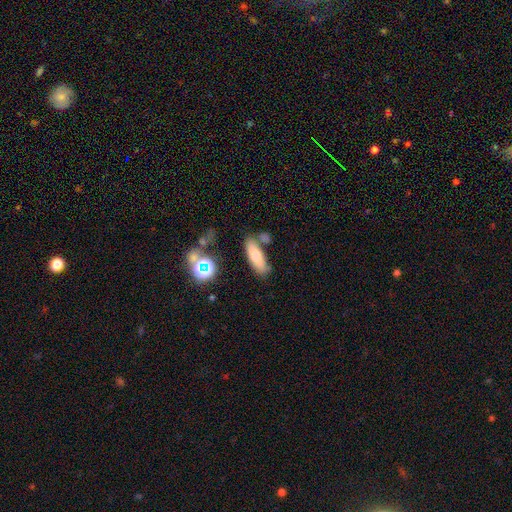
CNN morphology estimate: type=smooth (68%); roundness=in between (58%); merging=none (68%).